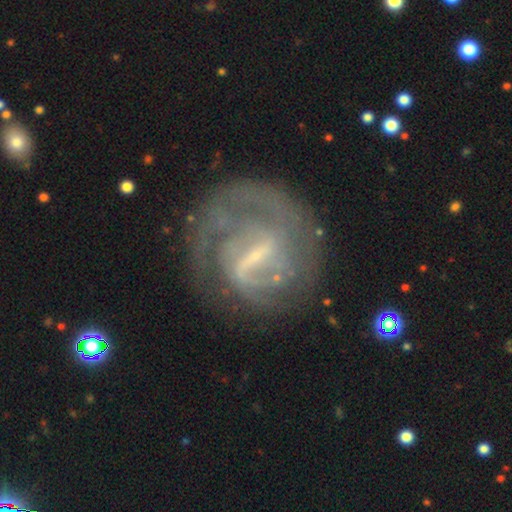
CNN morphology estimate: Overall: featured or disk (81%). Edge-on disk: no (97%). Bar: strong (49%; weak 40%). Spiral arms: yes (84%). Spiral arm count: 2 (37%; can't tell 33%). Spiral winding: tight (49%; medium 34%). Bulge size: small (49%; none 31%). Merging: none (64%).